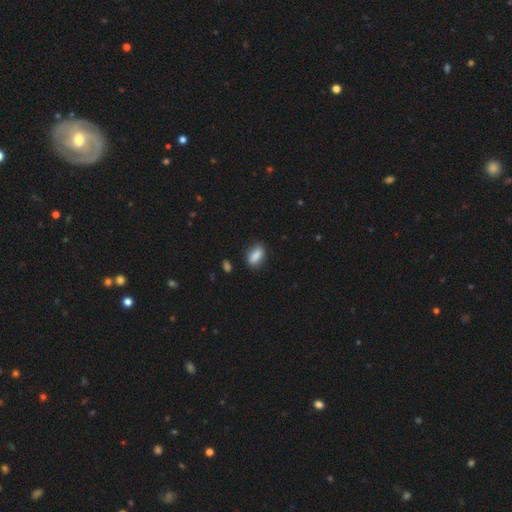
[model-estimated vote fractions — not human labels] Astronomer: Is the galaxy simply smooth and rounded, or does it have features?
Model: smooth — 86%.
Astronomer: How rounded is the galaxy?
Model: in between — 88%.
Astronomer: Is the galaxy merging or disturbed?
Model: none — 79%.